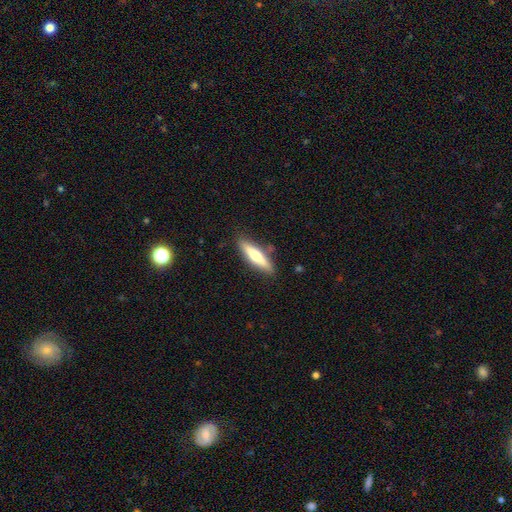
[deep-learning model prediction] smooth 55%, featured or disk 40%, star or artifact 5%. Down the decision tree: how rounded — cigar-shaped (79%); merging — none (84%).